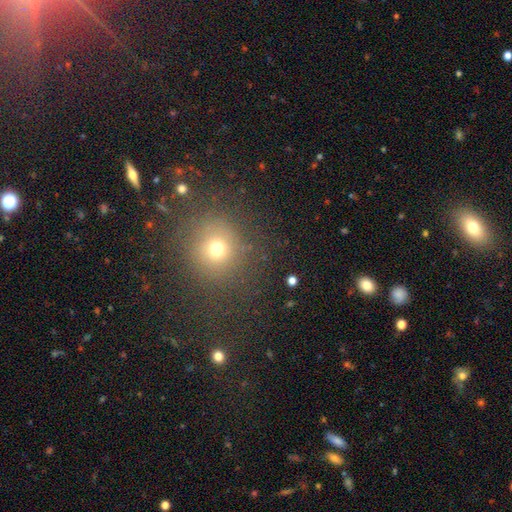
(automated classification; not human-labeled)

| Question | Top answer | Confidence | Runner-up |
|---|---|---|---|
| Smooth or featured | smooth | 55% | star or artifact (36%) |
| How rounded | round | 89% | in between (10%) |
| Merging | none | 86% | minor disturbance (7%) |